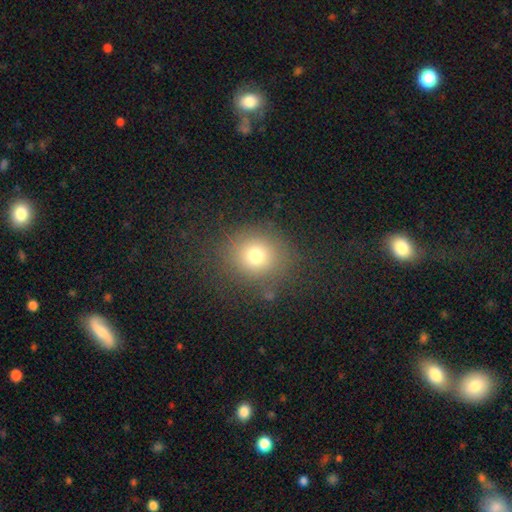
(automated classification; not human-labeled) A smooth galaxy with no disk features (73%) that is round (84%).

Vote fractions:
- Smooth or featured? smooth: 73% / star or artifact: 16% / featured or disk: 10%
- How rounded? round: 84% / in between: 15% / cigar-shaped: 1%
- Merging? none: 81% / minor disturbance: 11% / major disturbance: 6% / merger: 2%